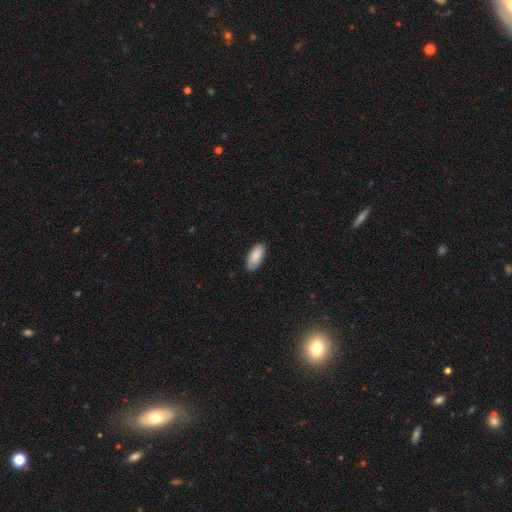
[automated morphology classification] smooth-or-featured: smooth: 89% | featured or disk: 6% | star or artifact: 6%
  how-rounded: in between: 89% | cigar-shaped: 9% | round: 2%
  merging: none: 87% | minor disturbance: 10% | major disturbance: 2% | merger: 1%